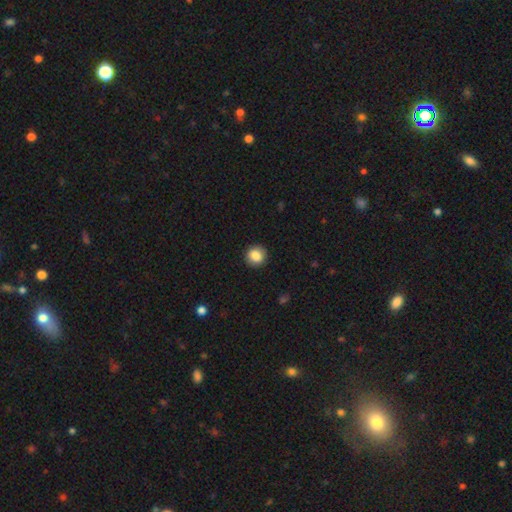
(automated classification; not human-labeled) This appears to be a smooth galaxy with no disk features (85%) that is round (89%). Merging: none (91%).